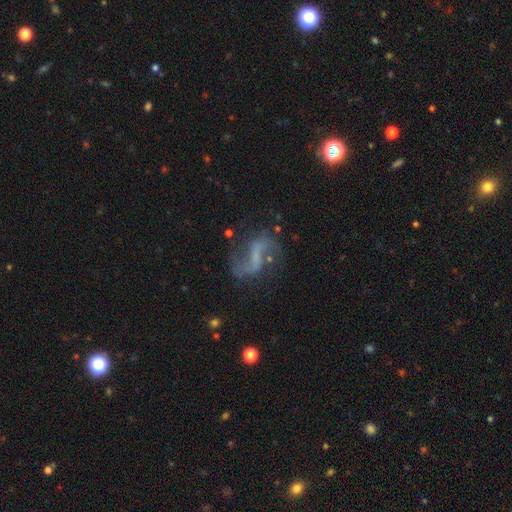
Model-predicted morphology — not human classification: smooth_or_featured: featured or disk (p=0.83) [alt: star or artifact p=0.09]
disk_edge_on: no (p=0.97) [alt: yes p=0.03]
bar: strong (p=0.40) [alt: weak p=0.38]
has_spiral_arms: yes (p=0.92) [alt: no p=0.08]
spiral_winding: loose (p=0.73) [alt: medium p=0.22]
spiral_arm_count: 2 (p=0.90) [alt: 1 p=0.03]
bulge_size: none (p=0.63) [alt: small p=0.26]
merging: none (p=0.67) [alt: minor disturbance p=0.16]